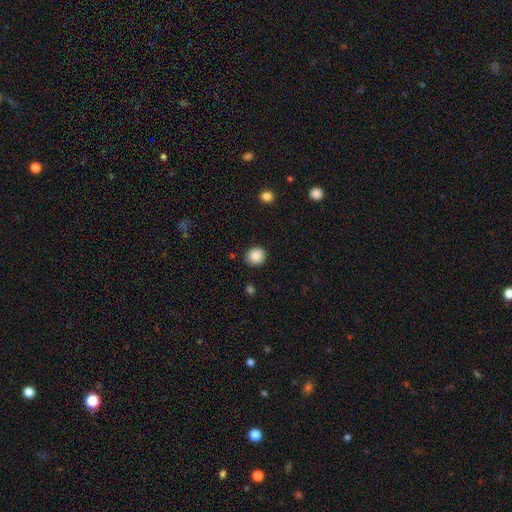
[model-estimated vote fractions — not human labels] Smooth or featured? Predicted: smooth (p=0.88). How rounded? Predicted: round (p=0.91). Merging? Predicted: none (p=0.87).